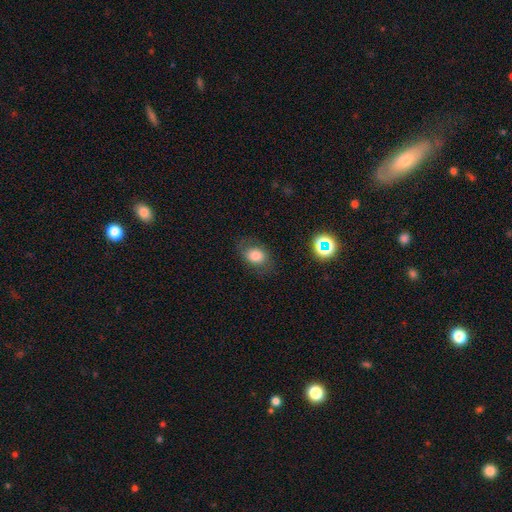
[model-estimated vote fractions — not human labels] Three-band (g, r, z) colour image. It shows a smooth galaxy with no disk features (74%) that is in between round and cigar-shaped (66%). Merging: none (71%).